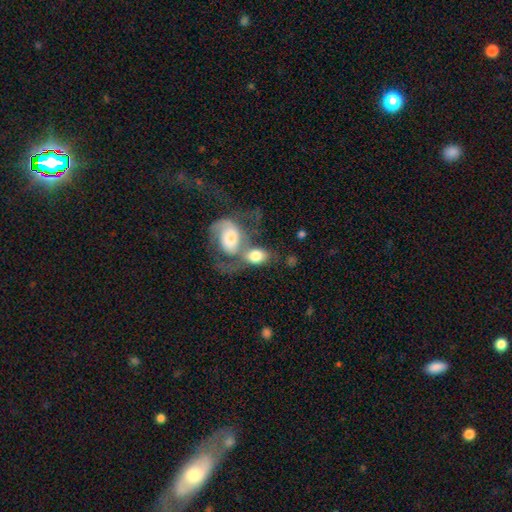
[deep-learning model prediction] smooth 56%, featured or disk 37%, star or artifact 7%. Down the decision tree: how rounded — in between (77%); merging — merger (66%).